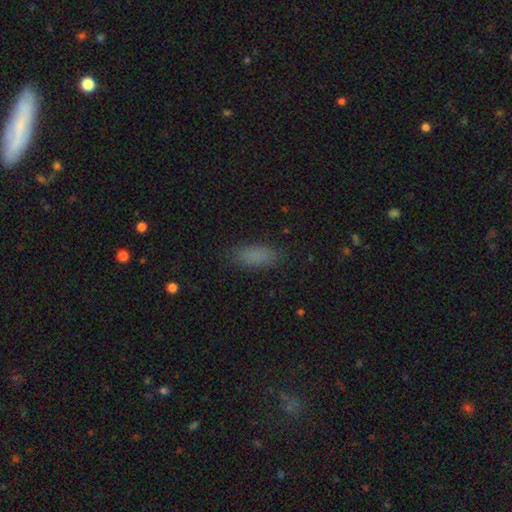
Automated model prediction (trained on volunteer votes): Morphology: type=smooth (84%); roundness=in between (81%); merging=none (84%).